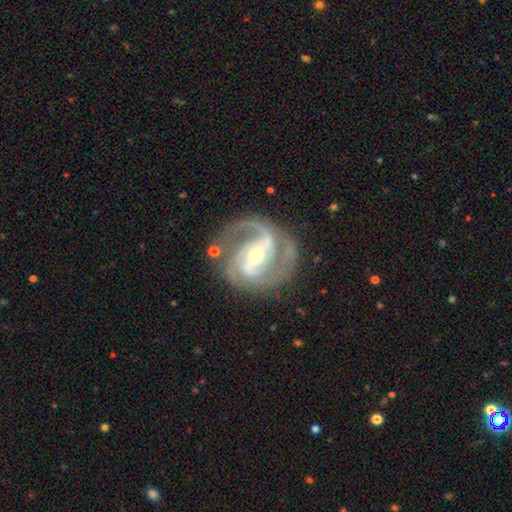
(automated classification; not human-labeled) A featured or disk galaxy (91%) with a strong bar (42%), 2 (62%) medium (55%) spiral arms (98%) and a small central bulge (59%).

Vote fractions:
- Smooth or featured? featured or disk: 91% / star or artifact: 5% / smooth: 4%
- Edge-on disk? no: 98% / yes: 2%
- Bar? strong: 42% / weak: 36% / no: 22%
- Spiral arms? yes: 98% / no: 2%
- Spiral winding? medium: 55% / tight: 33% / loose: 13%
- Spiral arm count? 2: 62% / 3: 24% / can't tell: 6% / 4: 3% / 1: 3% / more than 4: 2%
- Bulge size? small: 59% / moderate: 37% / large: 2% / none: 1% / dominant: 1%
- Merging? none: 72% / minor disturbance: 16% / major disturbance: 10% / merger: 3%